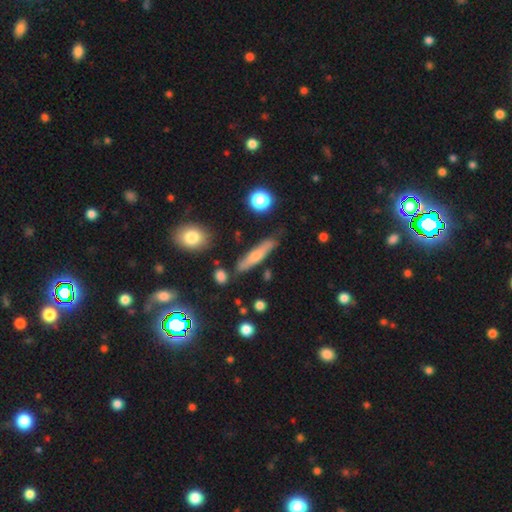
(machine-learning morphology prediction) Q: Smooth or featured?
A: smooth (53%); runner-up: featured or disk (38%)
Q: How rounded?
A: cigar-shaped (83%); runner-up: in between (14%)
Q: Merging?
A: none (79%); runner-up: minor disturbance (14%)